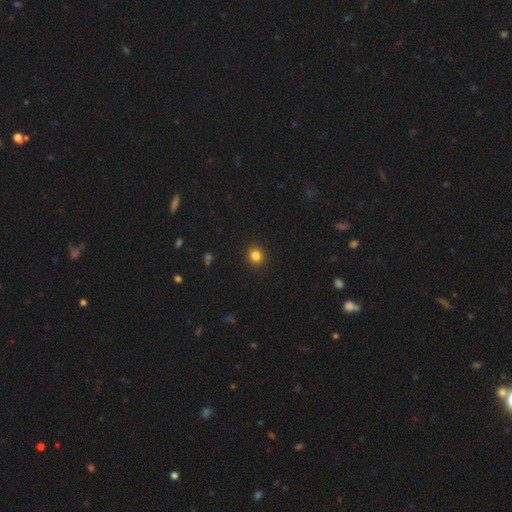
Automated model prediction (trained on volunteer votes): Morphology: type=smooth (84%); roundness=round (86%); merging=none (92%).